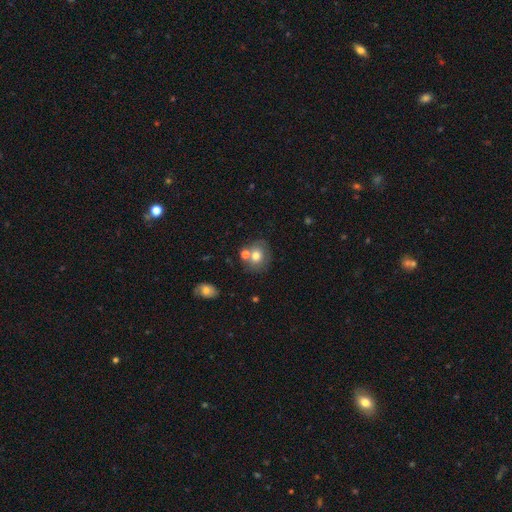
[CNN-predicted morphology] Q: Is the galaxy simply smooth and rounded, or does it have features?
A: smooth — 72%.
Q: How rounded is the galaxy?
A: round — 69%.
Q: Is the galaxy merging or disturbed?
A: none — 58%.